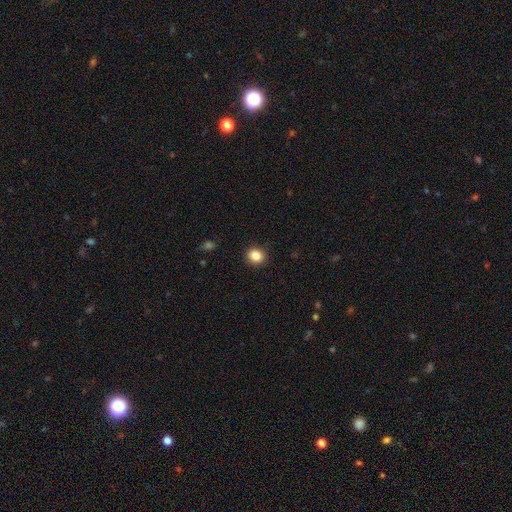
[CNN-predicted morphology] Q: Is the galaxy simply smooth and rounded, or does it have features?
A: smooth — 86%.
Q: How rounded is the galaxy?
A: round — 81%.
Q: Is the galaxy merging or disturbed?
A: none — 91%.